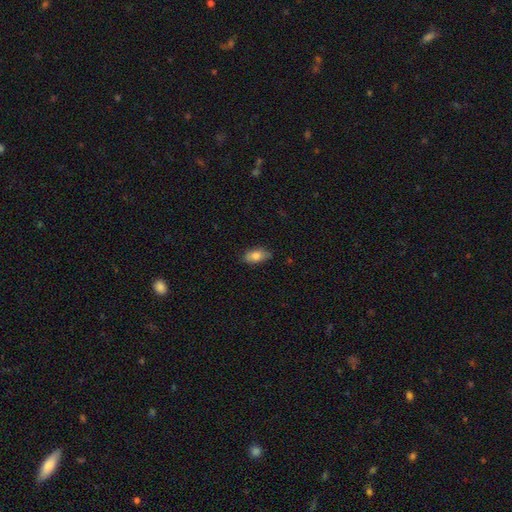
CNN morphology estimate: This is clearly a smooth galaxy (81%). How rounded: clearly in between (90%). Merging: clearly none (80%).